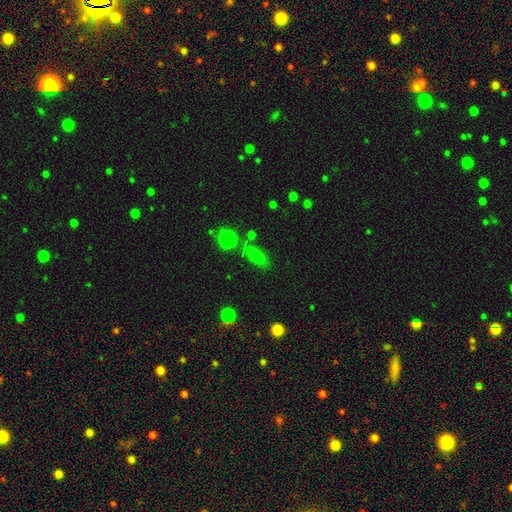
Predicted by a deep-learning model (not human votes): This is likely a smooth galaxy (74%). How rounded: likely in between (78%). Merging: likely none (67%).